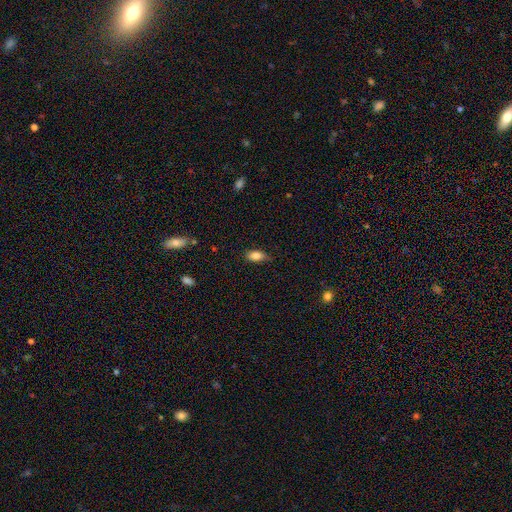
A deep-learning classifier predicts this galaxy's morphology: This is clearly a smooth galaxy (85%). How rounded: clearly in between (89%). Merging: likely none (76%).